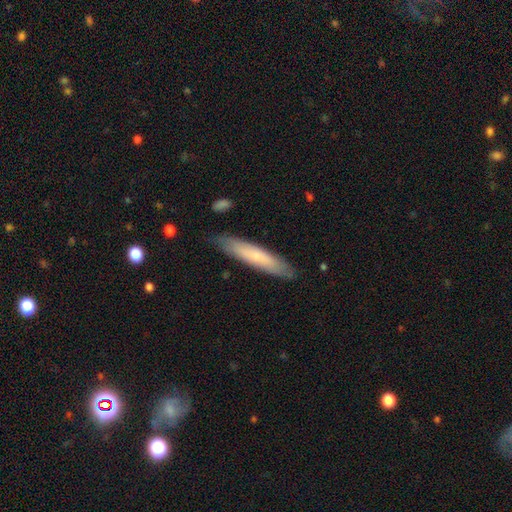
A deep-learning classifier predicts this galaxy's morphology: type=smooth (66%); roundness=cigar-shaped (87%); merging=none (85%).